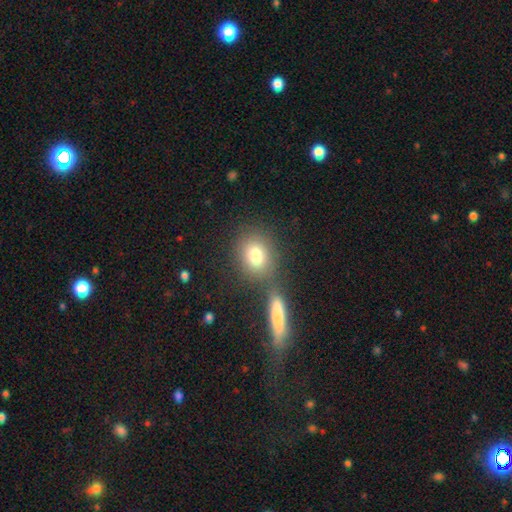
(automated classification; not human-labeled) A smooth galaxy with no disk features (79%) that is round (55%). Merging: none (67%).